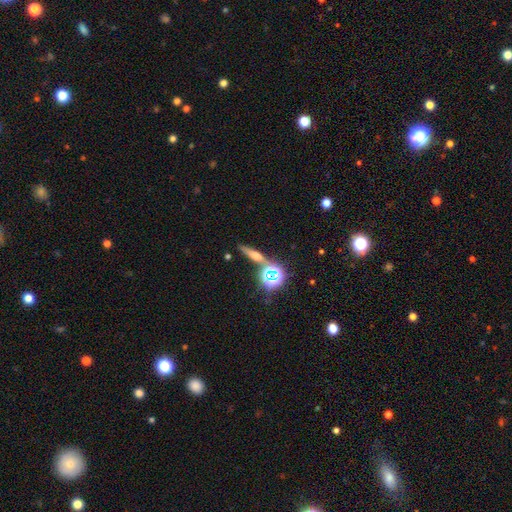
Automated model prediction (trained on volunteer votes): Morphology: type=smooth (37%); merging=none (75%).